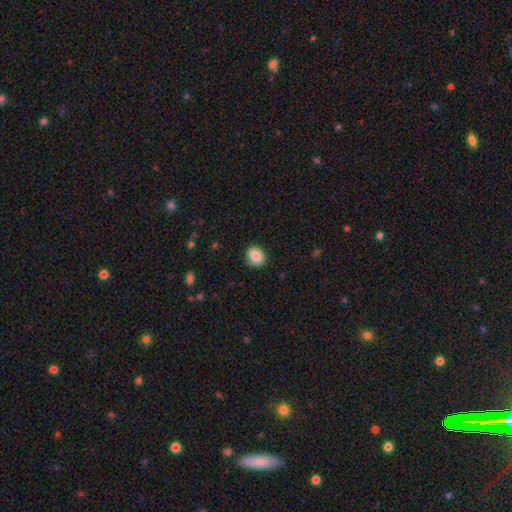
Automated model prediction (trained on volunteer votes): smooth_or_featured: smooth (p=0.78) [alt: featured or disk p=0.14]
how_rounded: round (p=0.57) [alt: in between p=0.42]
merging: none (p=0.78) [alt: minor disturbance p=0.17]